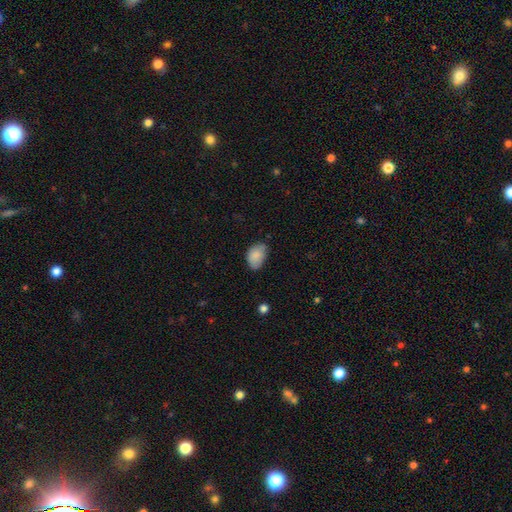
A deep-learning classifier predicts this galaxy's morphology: smooth_or_featured: smooth (p=0.86) [alt: star or artifact p=0.07]
how_rounded: in between (p=0.86) [alt: round p=0.13]
merging: none (p=0.61) [alt: minor disturbance p=0.32]